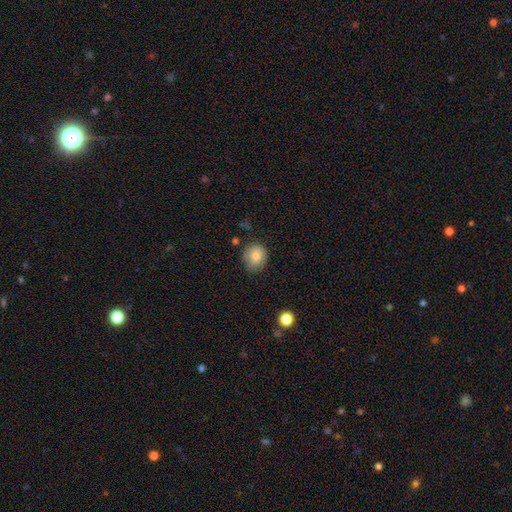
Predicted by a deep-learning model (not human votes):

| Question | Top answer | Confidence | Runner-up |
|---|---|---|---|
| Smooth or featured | smooth | 81% | featured or disk (10%) |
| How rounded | round | 68% | in between (31%) |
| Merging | none | 71% | minor disturbance (21%) |